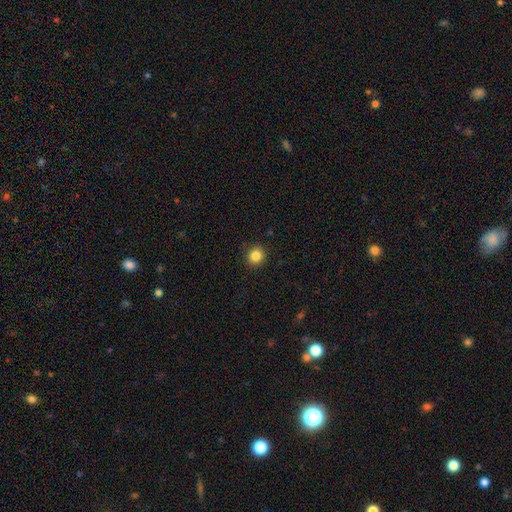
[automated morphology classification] The model was most divided on "smooth or featured": smooth: 85%, star or artifact: 11%, featured or disk: 4%. More confident: merging — none (92%); how rounded — round (91%).